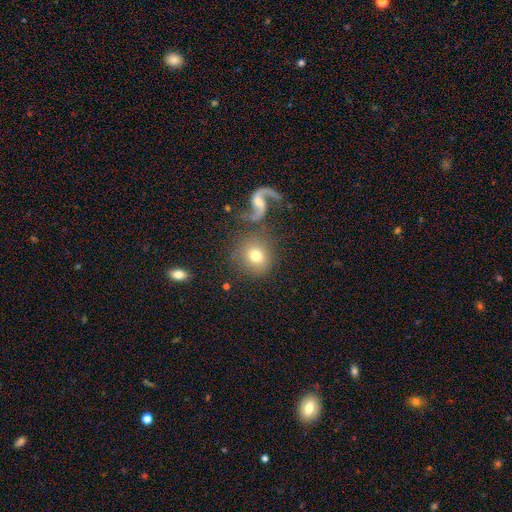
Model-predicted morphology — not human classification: Smooth or featured? Predicted: smooth (p=0.66). How rounded? Predicted: round (p=0.87). Merging? Predicted: none (p=0.72).